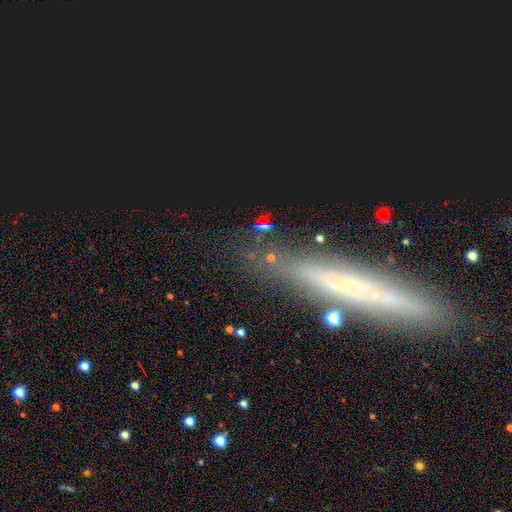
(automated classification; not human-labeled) A featured or disk galaxy (50%) viewed edge-on (80%).

Vote fractions:
- Smooth or featured? featured or disk: 50% / smooth: 28% / star or artifact: 22%
- Edge-on disk? yes: 80% / no: 20%
- Merging? none: 87% / minor disturbance: 9% / major disturbance: 2% / merger: 2%